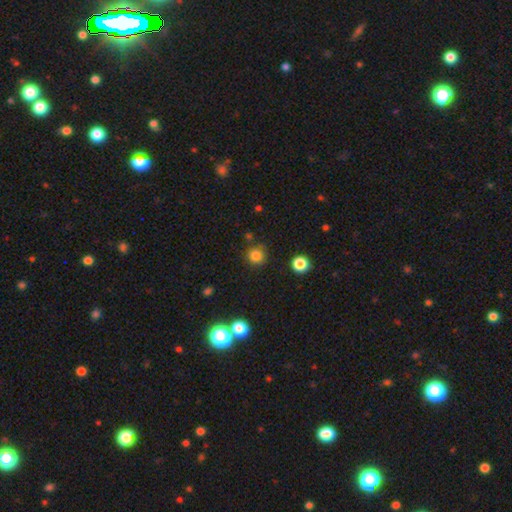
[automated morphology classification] Overall: smooth (81%). How rounded: round (89%). Merging: none (80%).